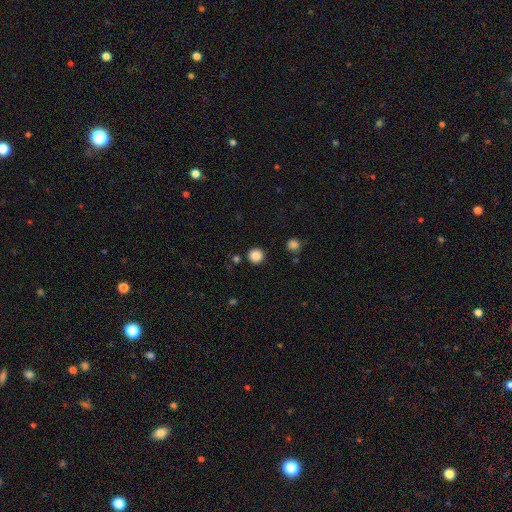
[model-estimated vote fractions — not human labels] smooth 86%, star or artifact 11%, featured or disk 3%. Down the decision tree: how rounded — round (95%); merging — none (90%).